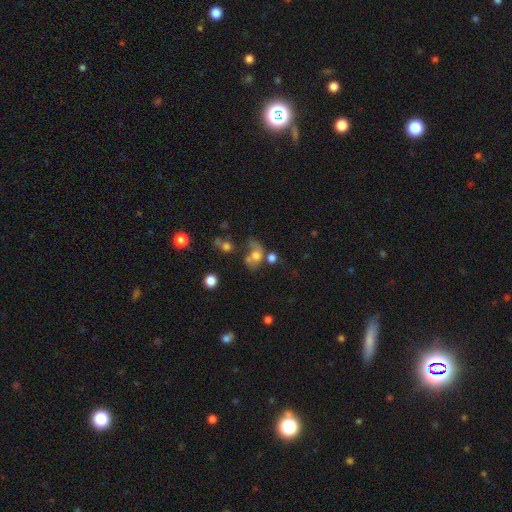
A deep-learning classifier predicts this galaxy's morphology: A smooth galaxy with no disk features (53%) that is in between round and cigar-shaped (54%). Merging: merger (31%).